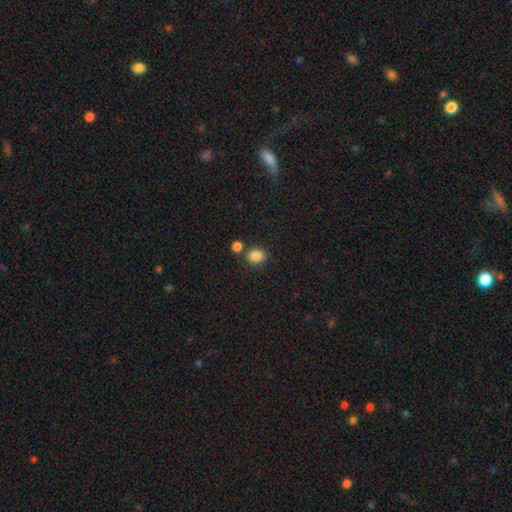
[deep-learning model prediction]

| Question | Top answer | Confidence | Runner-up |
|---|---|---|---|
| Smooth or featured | smooth | 86% | star or artifact (10%) |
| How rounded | round | 63% | in between (36%) |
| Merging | none | 70% | merger (15%) |